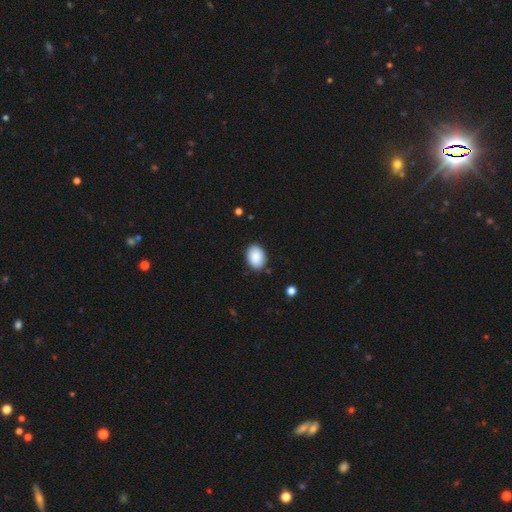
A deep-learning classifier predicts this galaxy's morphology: The model was most divided on "how rounded": in between: 82%, round: 17%, cigar-shaped: 1%. More confident: smooth or featured — smooth (90%); merging — none (87%).